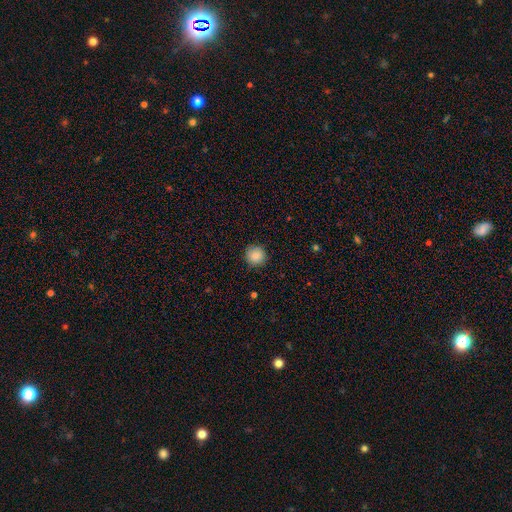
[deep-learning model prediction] This is clearly a smooth galaxy (87%). How rounded: clearly round (94%). Merging: clearly none (88%).